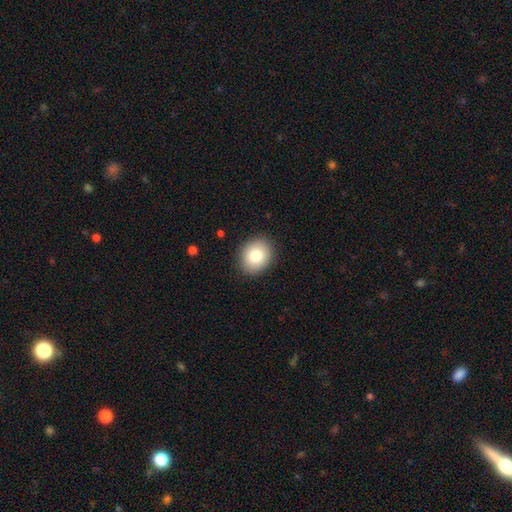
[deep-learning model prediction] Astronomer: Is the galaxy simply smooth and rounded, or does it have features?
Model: smooth — 81%.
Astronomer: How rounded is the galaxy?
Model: round — 57% (runner-up: in between, 42%).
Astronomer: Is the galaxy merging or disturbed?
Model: none — 90%.